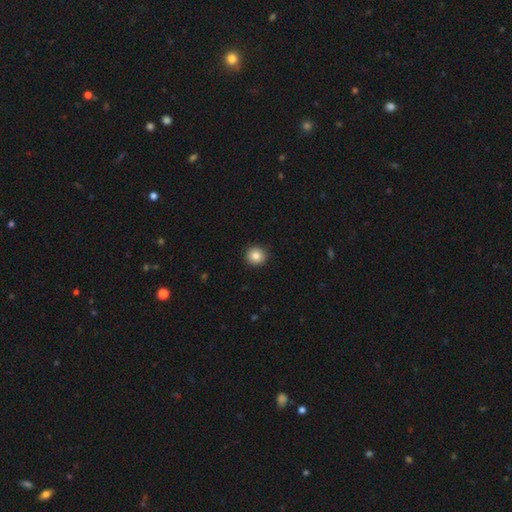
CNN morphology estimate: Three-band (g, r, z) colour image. It shows a smooth galaxy with no disk features (85%) that is round (94%). Merging: none (92%).